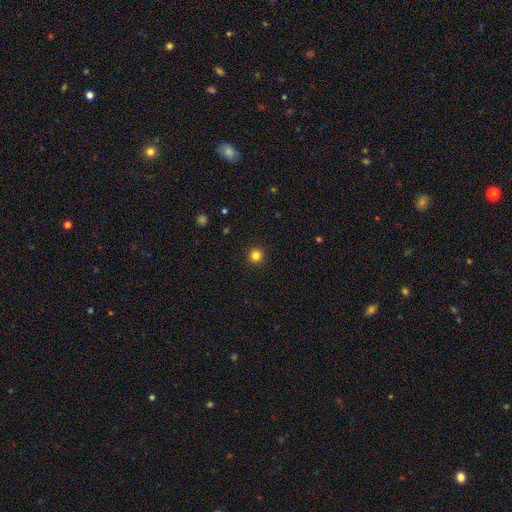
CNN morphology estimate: Smooth or featured? Predicted: smooth (p=0.84). How rounded? Predicted: round (p=0.96). Merging? Predicted: none (p=0.93).